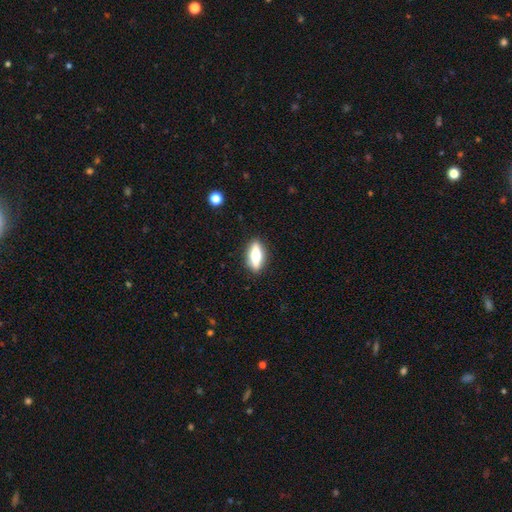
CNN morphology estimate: Smooth or featured? Predicted: smooth (p=0.49). Merging? Predicted: none (p=0.89).